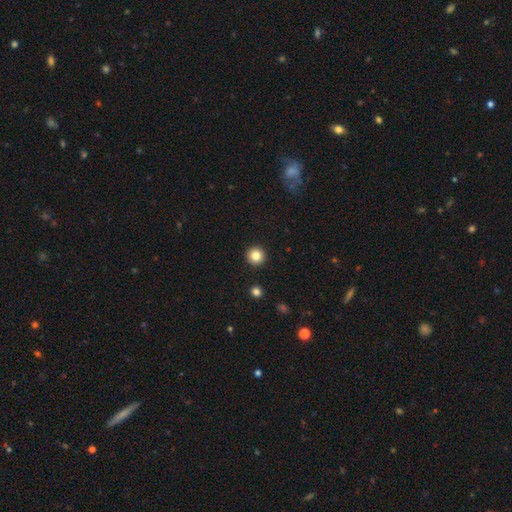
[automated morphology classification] This is clearly a smooth galaxy (83%). How rounded: clearly round (96%). Merging: clearly none (94%).